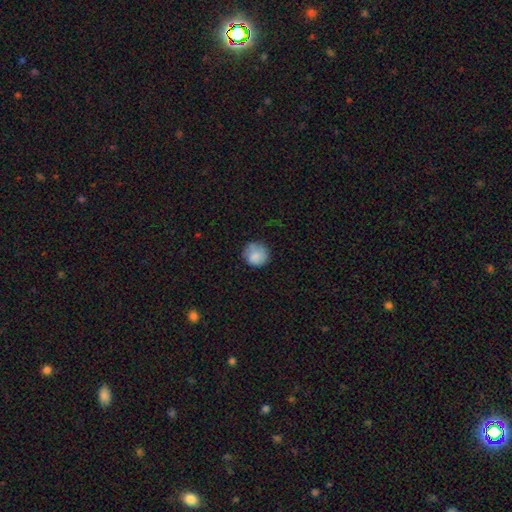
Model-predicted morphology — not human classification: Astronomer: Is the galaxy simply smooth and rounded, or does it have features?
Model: smooth — 84%.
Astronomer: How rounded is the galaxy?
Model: round — 89%.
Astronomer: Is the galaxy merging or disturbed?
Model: none — 74%.